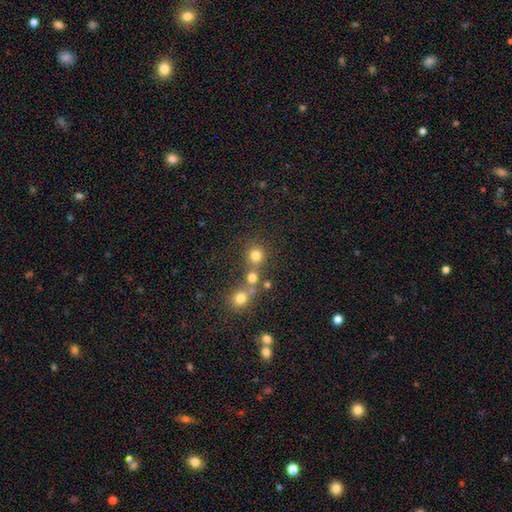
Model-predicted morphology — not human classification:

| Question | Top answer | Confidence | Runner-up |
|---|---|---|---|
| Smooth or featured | smooth | 75% | star or artifact (17%) |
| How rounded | round | 91% | in between (8%) |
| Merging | none | 63% | merger (26%) |